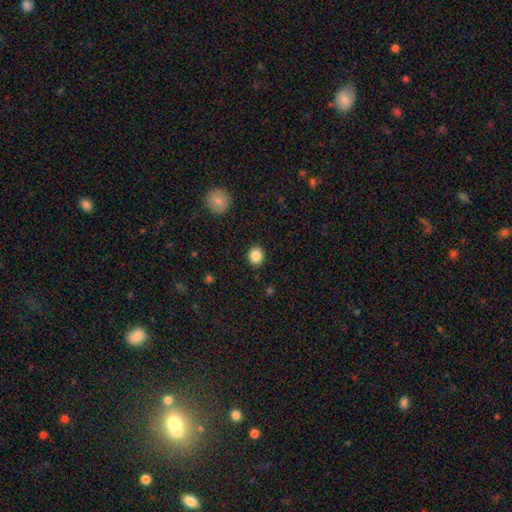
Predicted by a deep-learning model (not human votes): Q: Smooth or featured?
A: smooth (85%); runner-up: star or artifact (10%)
Q: How rounded?
A: round (76%); runner-up: in between (23%)
Q: Merging?
A: none (91%); runner-up: minor disturbance (6%)